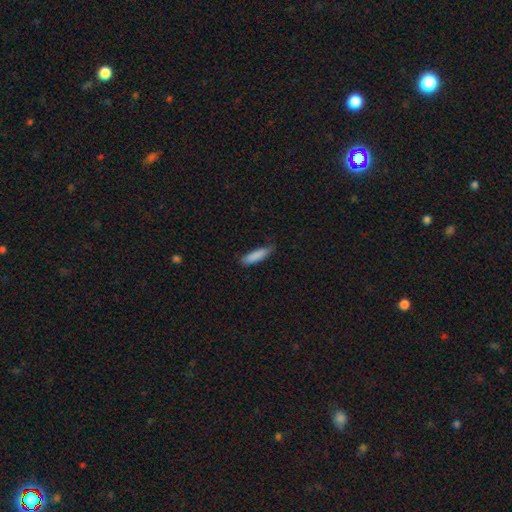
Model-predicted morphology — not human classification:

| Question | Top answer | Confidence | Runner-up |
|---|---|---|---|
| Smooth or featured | smooth | 86% | featured or disk (8%) |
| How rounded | cigar-shaped | 74% | in between (24%) |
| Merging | none | 74% | minor disturbance (22%) |